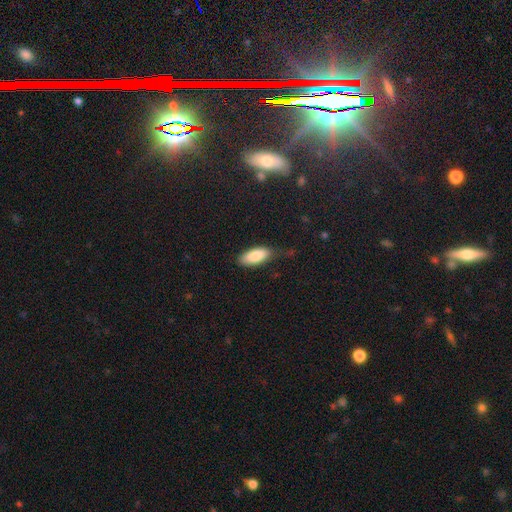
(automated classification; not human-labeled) Smooth or featured? Predicted: smooth (p=0.87). How rounded? Predicted: in between (p=0.82). Merging? Predicted: none (p=0.67).